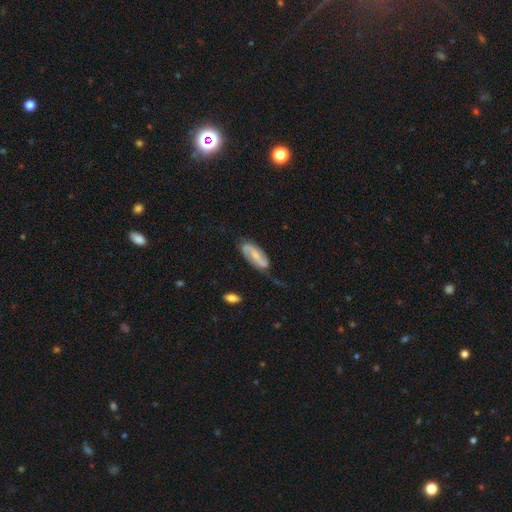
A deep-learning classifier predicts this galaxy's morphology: This appears to be a featured or disk galaxy (67%) with a weak bar (41%), 2 (83%) loose (40%) spiral arms (91%) and a small central bulge (46%). Merging: none (49%).